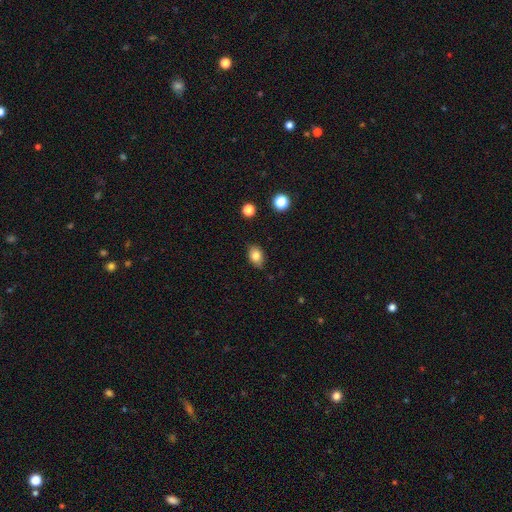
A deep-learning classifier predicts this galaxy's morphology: This appears to be a smooth galaxy with no disk features (81%) that is in between round and cigar-shaped (77%). Merging: none (81%).